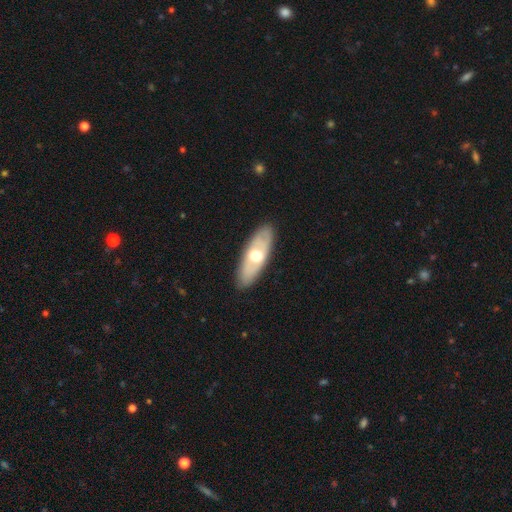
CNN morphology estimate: type=featured or disk (50%); merging=none (87%).